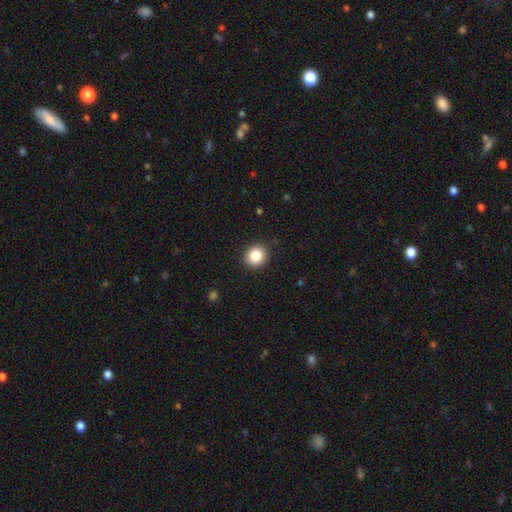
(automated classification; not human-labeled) Overall: smooth (85%). How rounded: round (81%). Merging: none (91%).